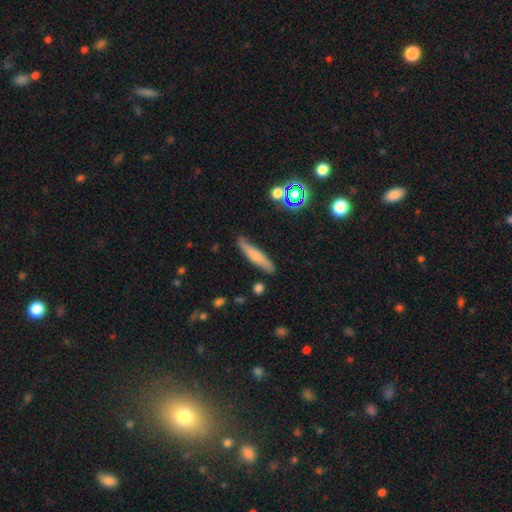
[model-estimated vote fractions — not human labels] Smooth or featured? smooth (63%)
How rounded? cigar-shaped (87%)
Merging? none (79%)